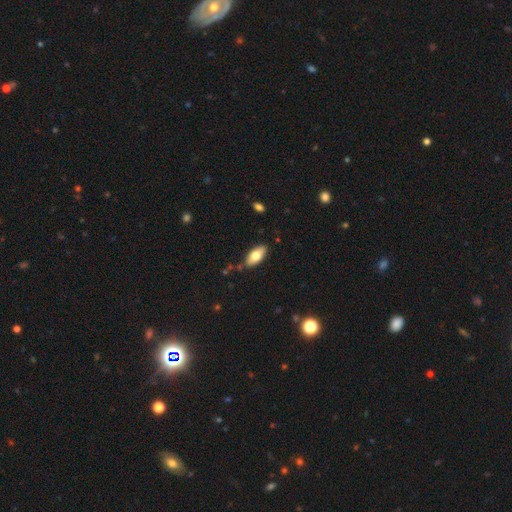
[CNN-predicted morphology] The model was most divided on "smooth or featured": smooth: 72%, featured or disk: 21%, star or artifact: 6%. More confident: how rounded — in between (87%); merging — none (81%).